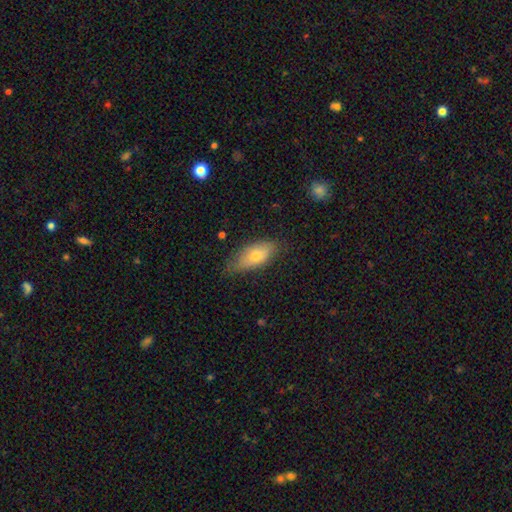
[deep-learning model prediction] smooth_or_featured: smooth (p=0.71) [alt: featured or disk p=0.22]
how_rounded: in between (p=0.82) [alt: cigar-shaped p=0.14]
merging: none (p=0.70) [alt: minor disturbance p=0.24]